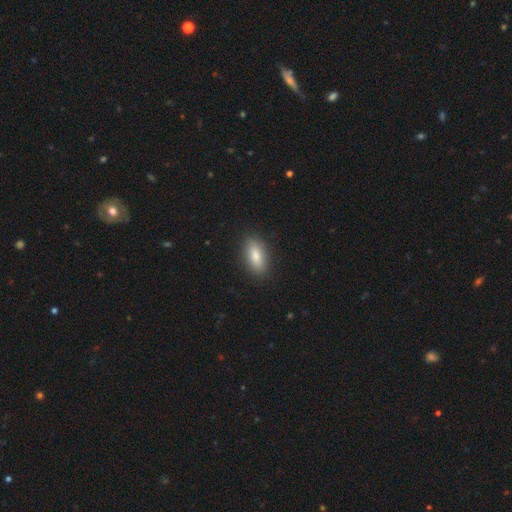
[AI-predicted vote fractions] This appears to be a smooth galaxy with no disk features (83%) that is in between round and cigar-shaped (85%). Merging: none (88%).